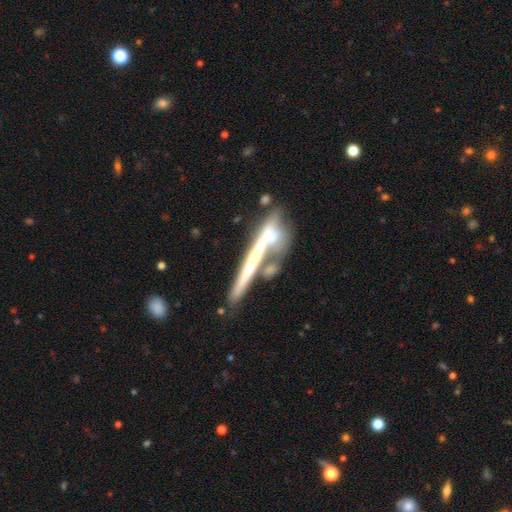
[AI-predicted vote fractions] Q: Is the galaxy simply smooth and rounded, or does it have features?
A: featured or disk — 63%.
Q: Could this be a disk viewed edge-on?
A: yes — 81%.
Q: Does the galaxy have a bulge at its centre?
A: none — 68%.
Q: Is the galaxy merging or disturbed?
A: none — 39%.